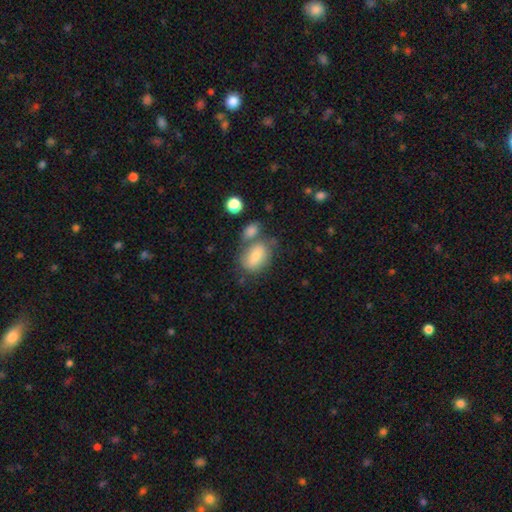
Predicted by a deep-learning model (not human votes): A smooth galaxy with no disk features (72%) that is in between round and cigar-shaped (78%). Merging: none (50%).